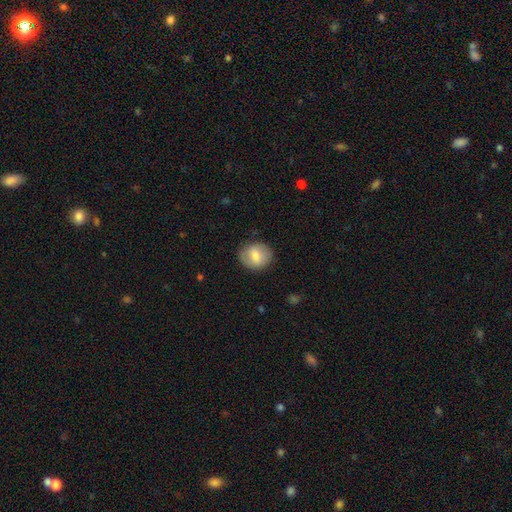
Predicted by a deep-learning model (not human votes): smooth_or_featured: smooth (p=0.69) [alt: featured or disk p=0.24]
how_rounded: round (p=0.67) [alt: in between p=0.32]
merging: none (p=0.81) [alt: minor disturbance p=0.14]